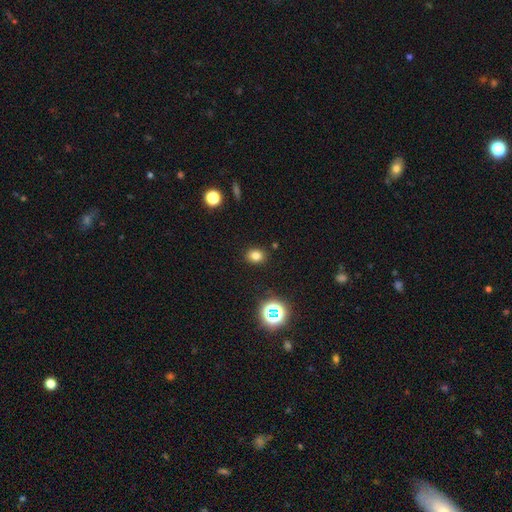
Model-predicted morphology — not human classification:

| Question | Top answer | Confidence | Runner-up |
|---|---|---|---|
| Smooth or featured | smooth | 77% | star or artifact (17%) |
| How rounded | in between | 50% | round (49%) |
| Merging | none | 88% | minor disturbance (8%) |